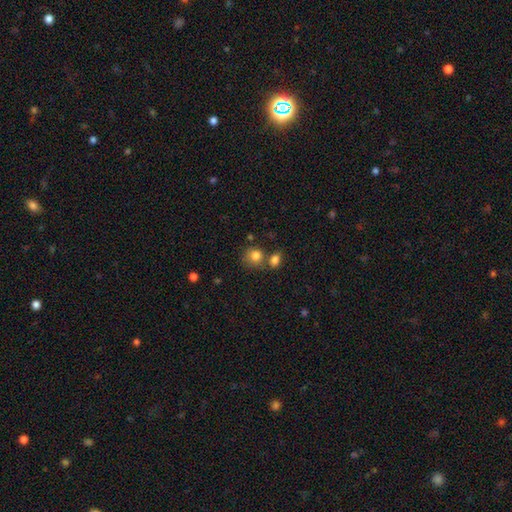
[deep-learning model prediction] Q: Smooth or featured?
A: smooth (81%); runner-up: star or artifact (11%)
Q: How rounded?
A: round (77%); runner-up: in between (22%)
Q: Merging?
A: none (54%); runner-up: merger (28%)